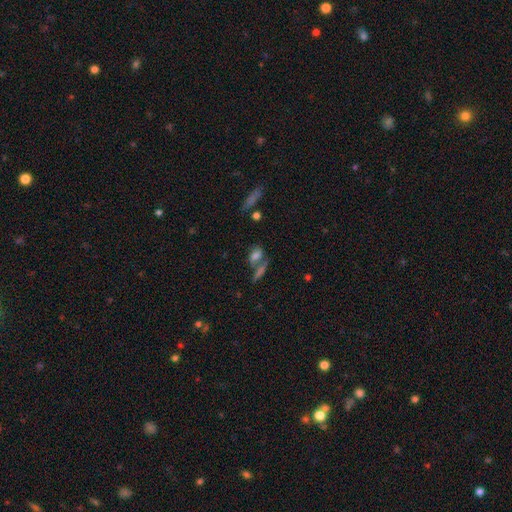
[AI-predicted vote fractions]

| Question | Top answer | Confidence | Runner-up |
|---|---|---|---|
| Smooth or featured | smooth | 68% | featured or disk (19%) |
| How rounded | in between | 74% | round (13%) |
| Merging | merger | 43% | none (38%) |